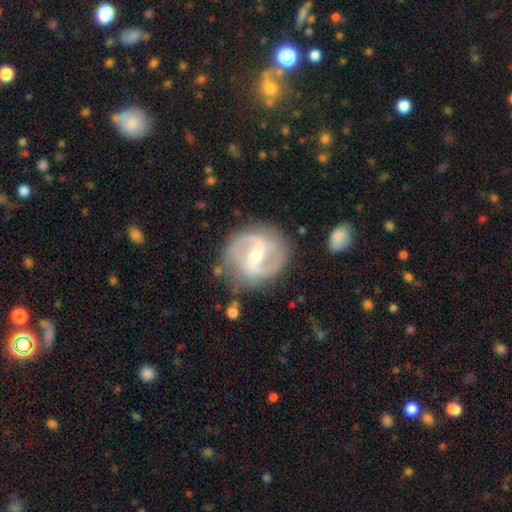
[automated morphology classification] A featured or disk galaxy (91%) with a strong bar (44%), 2 (92%) medium (57%) spiral arms (97%) and a small central bulge (49%). Merging: none (78%).